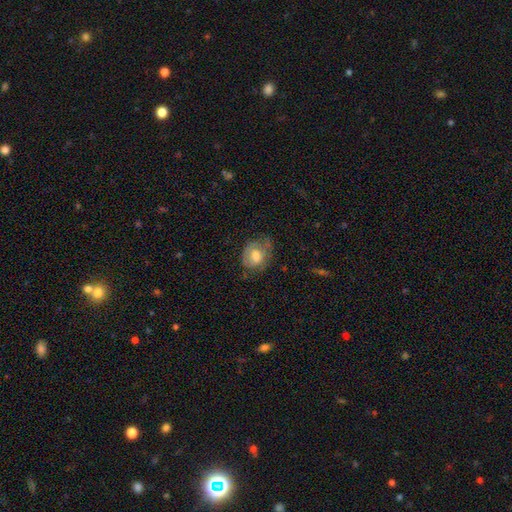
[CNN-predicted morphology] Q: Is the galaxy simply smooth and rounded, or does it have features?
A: smooth — 54%.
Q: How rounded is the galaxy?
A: in between — 52%.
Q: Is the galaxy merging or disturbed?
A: none — 53%.